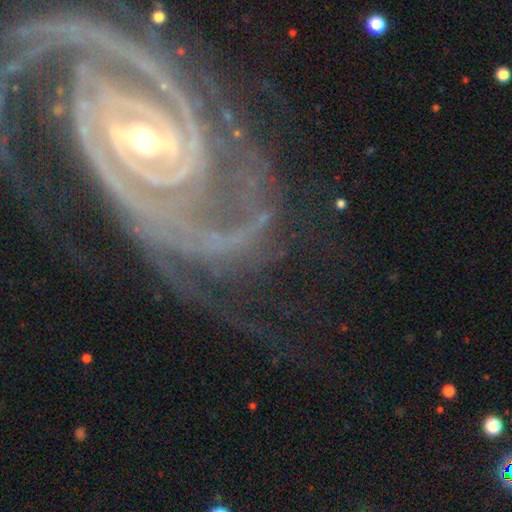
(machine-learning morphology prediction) Smooth or featured? featured or disk (84%)
Edge-on disk? no (95%)
Bar? strong (36%)
Spiral arms? yes (92%)
Spiral winding? tight (62%)
Spiral arm count? 2 (35%)
Bulge size? moderate (50%)
Merging? none (61%)